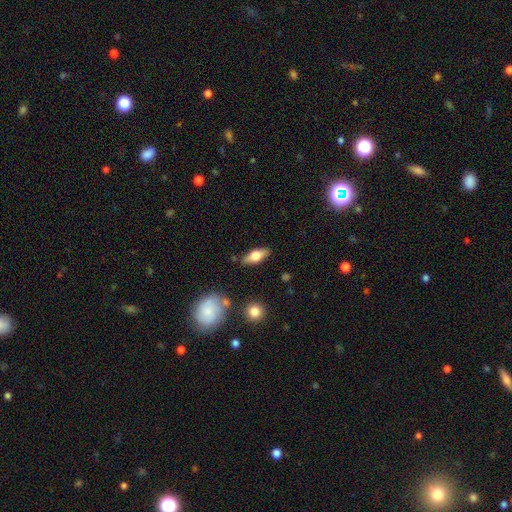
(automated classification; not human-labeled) smooth_or_featured: smooth (p=0.53) [alt: featured or disk p=0.40]
how_rounded: in between (p=0.69) [alt: cigar-shaped p=0.27]
merging: none (p=0.84) [alt: minor disturbance p=0.11]